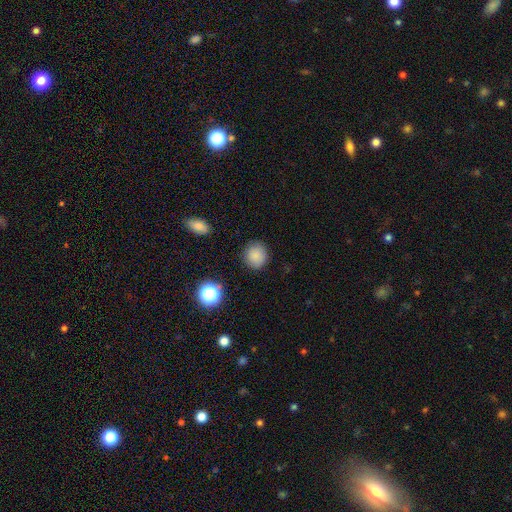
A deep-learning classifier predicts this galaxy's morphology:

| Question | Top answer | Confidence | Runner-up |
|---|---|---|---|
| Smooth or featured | smooth | 85% | star or artifact (11%) |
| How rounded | round | 84% | in between (15%) |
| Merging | none | 86% | minor disturbance (10%) |